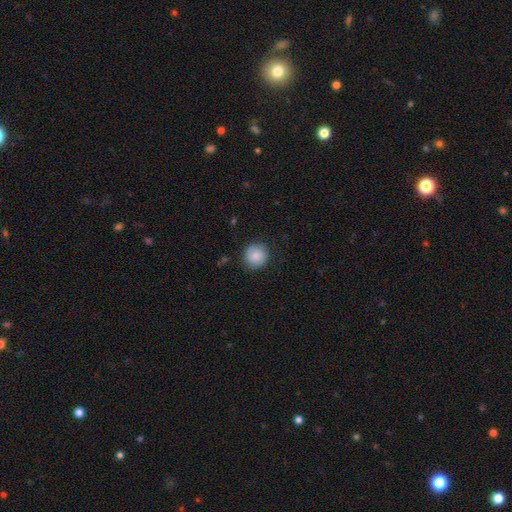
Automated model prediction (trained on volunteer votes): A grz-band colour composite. It shows a smooth galaxy with no disk features (86%) that is round (93%). Merging: none (86%).